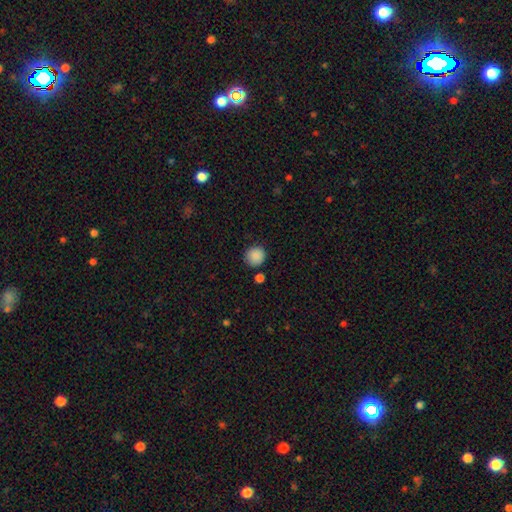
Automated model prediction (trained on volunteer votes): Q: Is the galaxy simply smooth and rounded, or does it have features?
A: smooth — 88%.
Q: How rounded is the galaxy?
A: round — 92%.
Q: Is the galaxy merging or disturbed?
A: none — 83%.